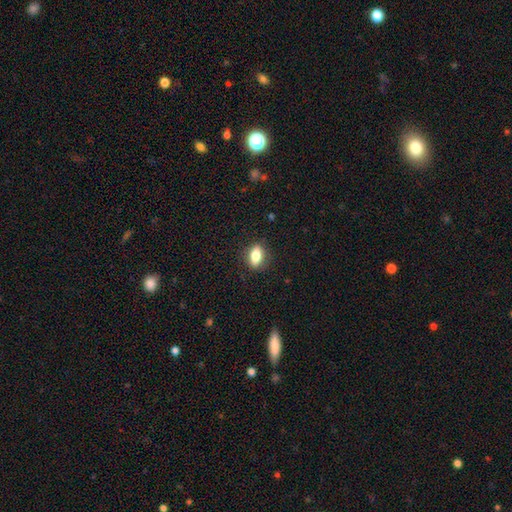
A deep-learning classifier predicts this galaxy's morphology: type=smooth (74%); roundness=in between (76%); merging=none (85%).